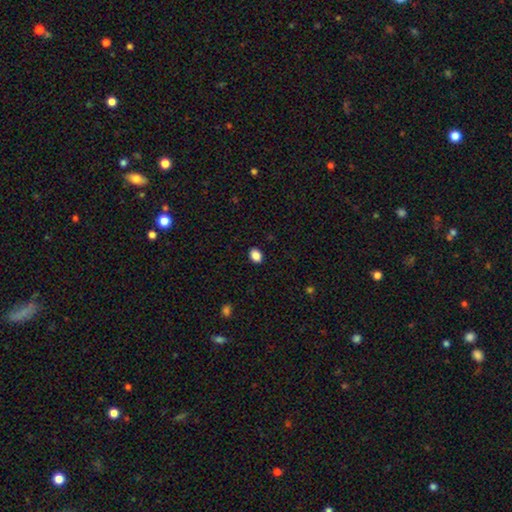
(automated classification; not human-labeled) Q: Smooth or featured?
A: smooth (88%); runner-up: star or artifact (9%)
Q: How rounded?
A: in between (68%); runner-up: round (31%)
Q: Merging?
A: none (90%); runner-up: minor disturbance (7%)